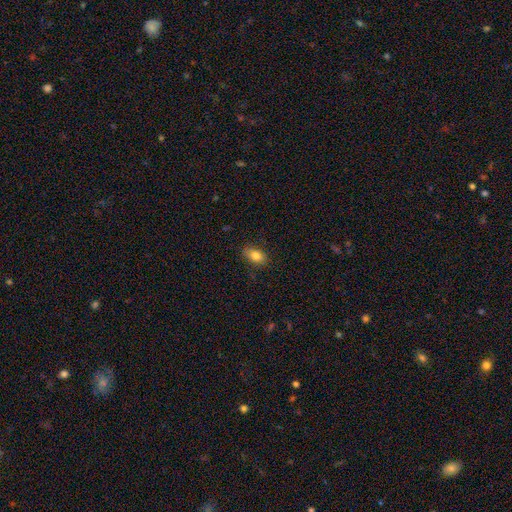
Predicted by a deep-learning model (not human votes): The model was most divided on "merging": none: 83%, minor disturbance: 13%, major disturbance: 3%, merger: 1%. More confident: how rounded — in between (86%); smooth or featured — smooth (83%).